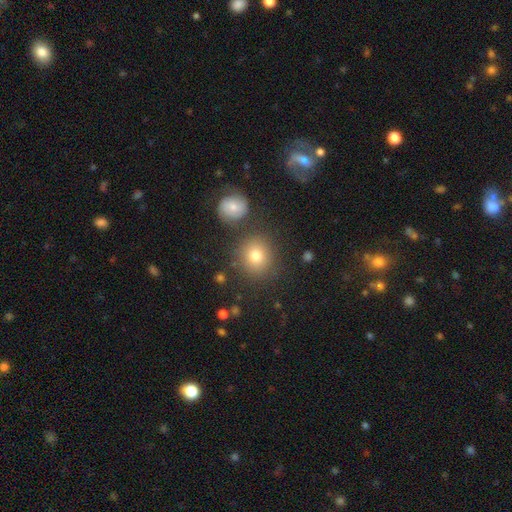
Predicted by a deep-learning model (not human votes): The model was most divided on "smooth or featured": smooth: 76%, star or artifact: 13%, featured or disk: 11%. More confident: how rounded — round (88%); merging — none (82%).